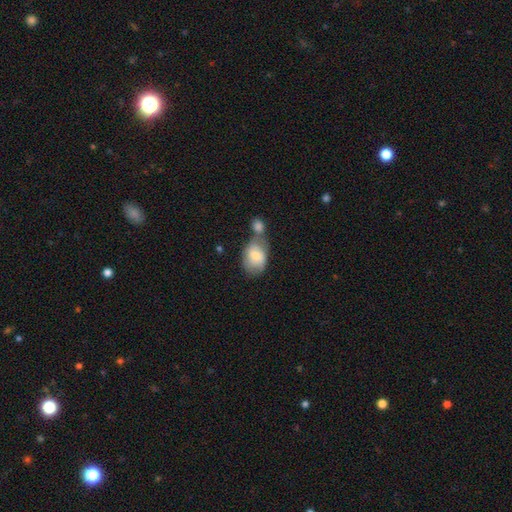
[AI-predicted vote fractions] Smooth or featured? smooth (65%)
How rounded? in between (80%)
Merging? merger (50%)